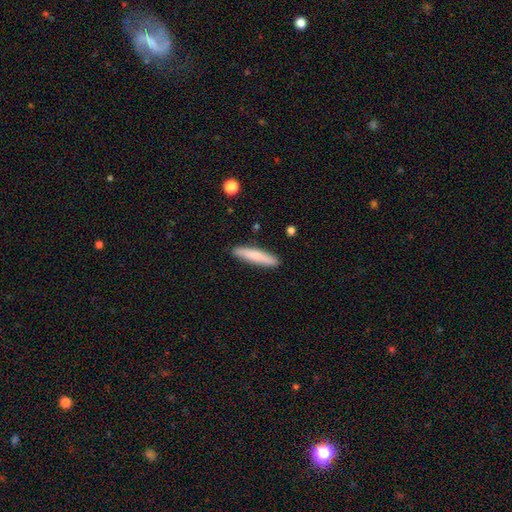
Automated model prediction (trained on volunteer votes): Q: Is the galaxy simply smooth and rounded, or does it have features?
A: smooth — 76%.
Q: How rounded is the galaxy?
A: cigar-shaped — 89%.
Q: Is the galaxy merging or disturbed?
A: none — 89%.